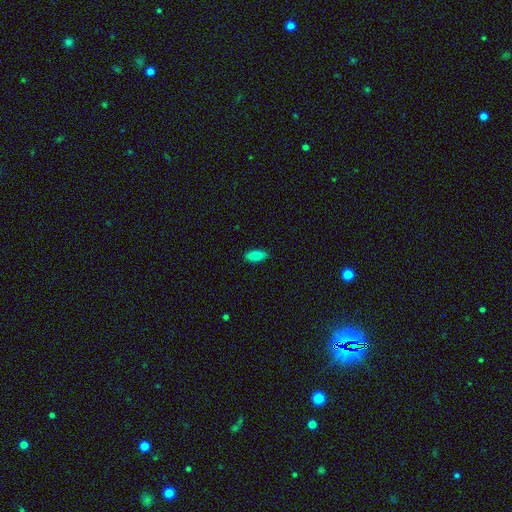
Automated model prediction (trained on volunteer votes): A smooth galaxy with no disk features (85%) that is in between round and cigar-shaped (85%).

Vote fractions:
- Smooth or featured? smooth: 85% / featured or disk: 8% / star or artifact: 7%
- How rounded? in between: 85% / cigar-shaped: 13% / round: 2%
- Merging? none: 88% / minor disturbance: 9% / major disturbance: 2% / merger: 1%